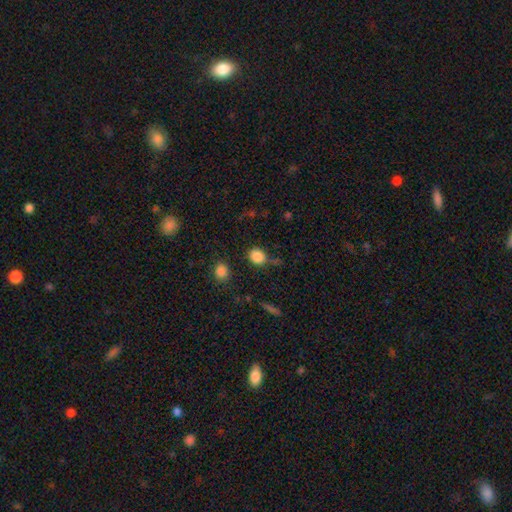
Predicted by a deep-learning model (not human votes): smooth-or-featured: smooth: 85% | star or artifact: 10% | featured or disk: 5%
  how-rounded: round: 76% | in between: 23% | cigar-shaped: 1%
  merging: none: 73% | minor disturbance: 16% | merger: 6% | major disturbance: 5%